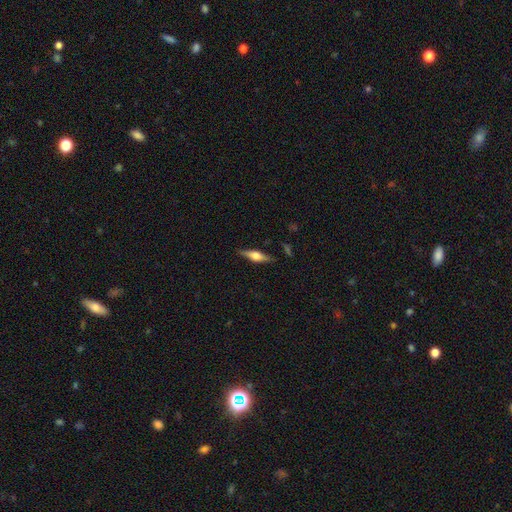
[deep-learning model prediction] Smooth or featured?
  - featured or disk: 60% *
  - smooth: 34%
  - star or artifact: 6%
Edge-on disk?
  - yes: 95% *
  - no: 5%
Edge-on bulge?
  - rounded: 88% *
  - boxy: 10%
  - none: 2%
Merging?
  - none: 84% *
  - minor disturbance: 12%
  - major disturbance: 3%
  - merger: 2%